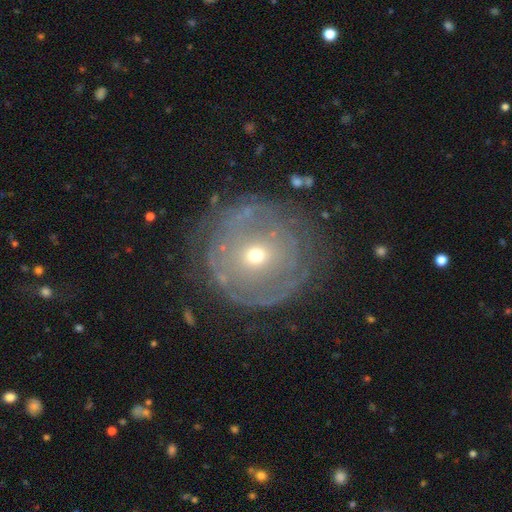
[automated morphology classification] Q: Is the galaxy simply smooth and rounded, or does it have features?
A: featured or disk — 65%.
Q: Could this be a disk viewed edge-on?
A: no — 96%.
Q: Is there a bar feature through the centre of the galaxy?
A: no — 79%.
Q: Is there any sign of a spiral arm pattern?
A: yes — 56%.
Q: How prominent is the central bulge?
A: small — 61%.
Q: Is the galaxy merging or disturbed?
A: none — 67%.